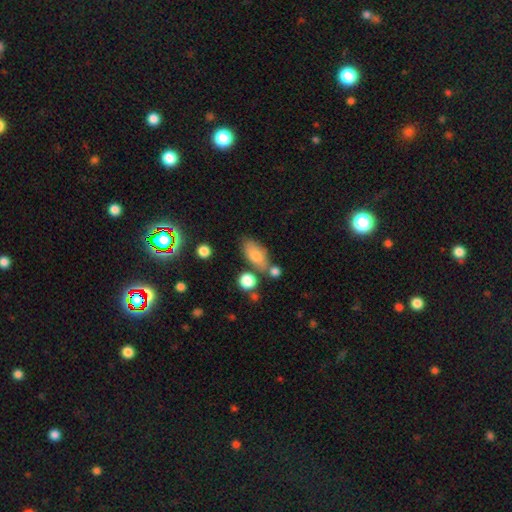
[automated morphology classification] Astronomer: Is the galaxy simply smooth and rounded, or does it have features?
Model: smooth — 76%.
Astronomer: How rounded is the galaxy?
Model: in between — 83%.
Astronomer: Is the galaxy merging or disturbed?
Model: none — 61%.